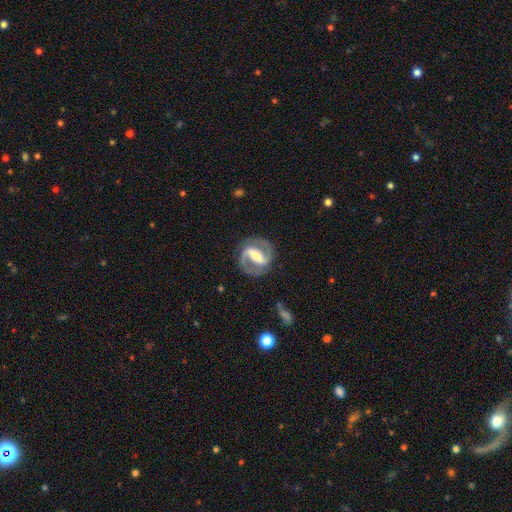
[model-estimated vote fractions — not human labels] This is clearly a featured or disk galaxy (87%). It is clearly not viewed edge-on (97%). Bar: likely strong (67%). Spiral arm pattern: clearly yes (93%). Spiral arm count: clearly 2 (92%). Spiral winding: possibly medium (53%). Central bulge: marginally moderate (45%). Merging: clearly none (82%).